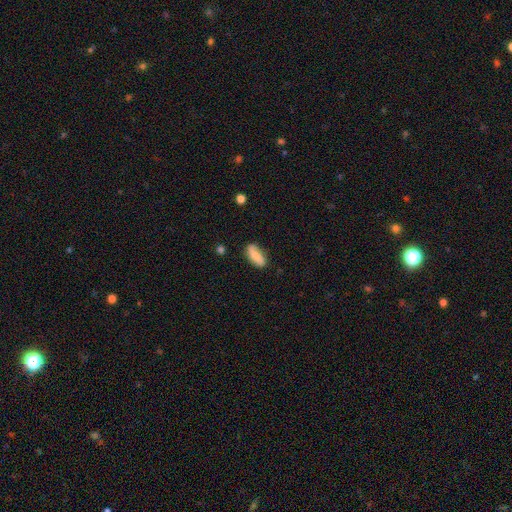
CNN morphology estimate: A smooth galaxy with no disk features (62%) that is in between round and cigar-shaped (84%). Merging: none (72%).